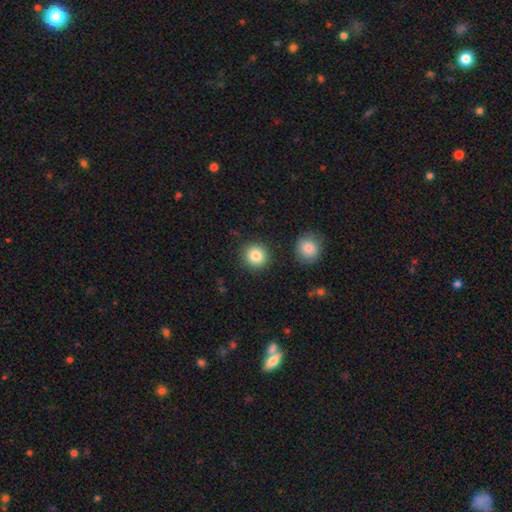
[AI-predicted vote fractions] This appears to be a smooth galaxy with no disk features (84%) that is round (93%). Merging: none (88%).